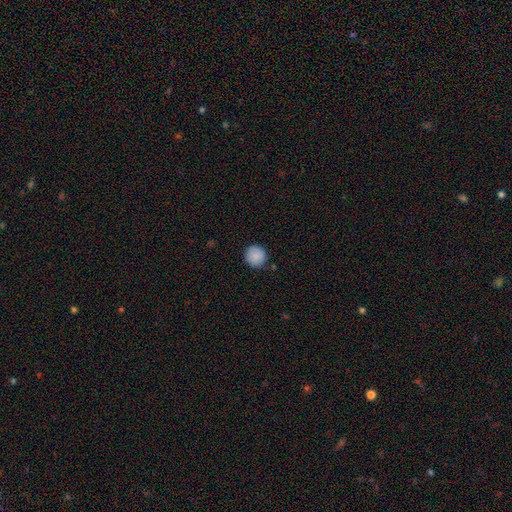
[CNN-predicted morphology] Overall: smooth (87%). How rounded: round (93%). Merging: none (88%).